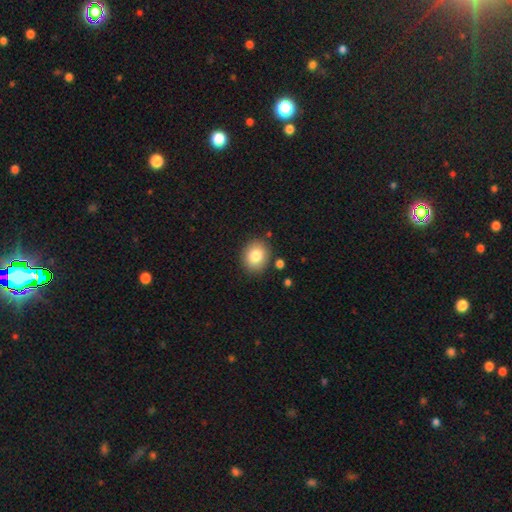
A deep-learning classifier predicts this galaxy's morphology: smooth_or_featured: smooth (p=0.82) [alt: star or artifact p=0.09]
how_rounded: round (p=0.63) [alt: in between p=0.37]
merging: none (p=0.85) [alt: minor disturbance p=0.09]